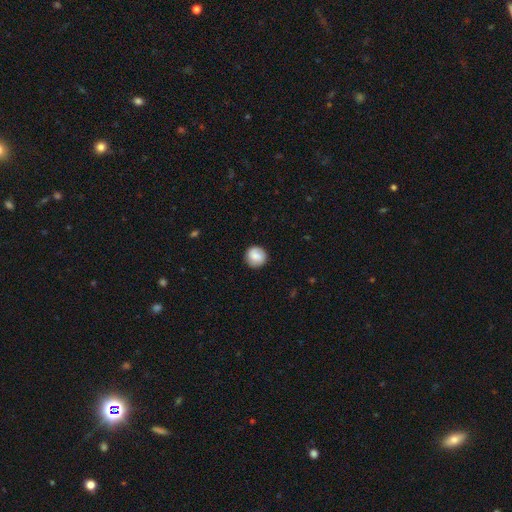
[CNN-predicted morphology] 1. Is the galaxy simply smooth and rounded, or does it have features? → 79% smooth, 14% featured or disk, 7% star or artifact.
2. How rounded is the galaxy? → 92% round, 7% in between, 1% cigar-shaped.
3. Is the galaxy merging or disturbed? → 88% none, 9% minor disturbance, 2% major disturbance, 1% merger.